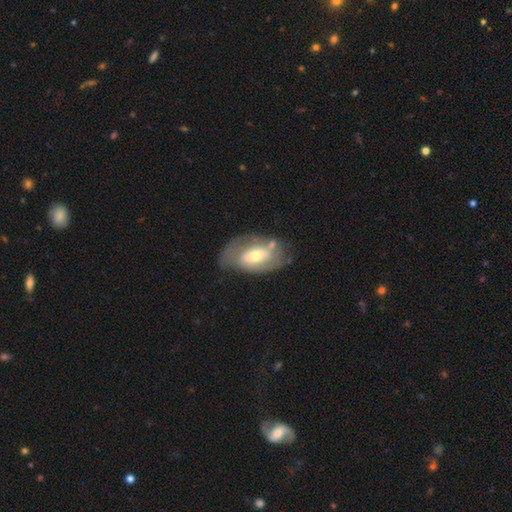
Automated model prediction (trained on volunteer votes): This is likely a featured or disk galaxy (64%). It is clearly not viewed edge-on (93%). Bar: possibly no (51%). Spiral arm pattern: likely yes (63%). Central bulge: likely moderate (61%). Merging: possibly none (54%).